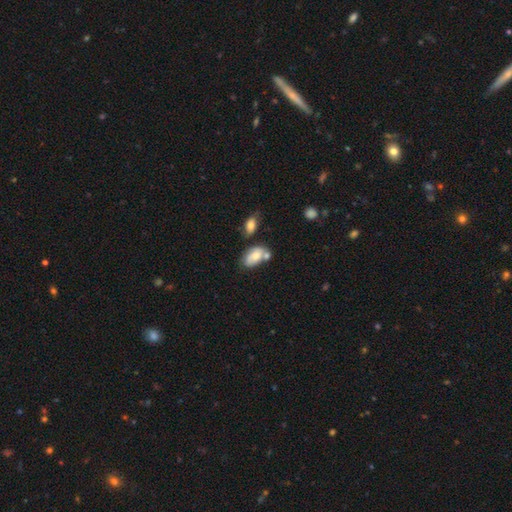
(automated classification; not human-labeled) Morphology: type=smooth (72%); roundness=in between (92%); merging=none (39%).